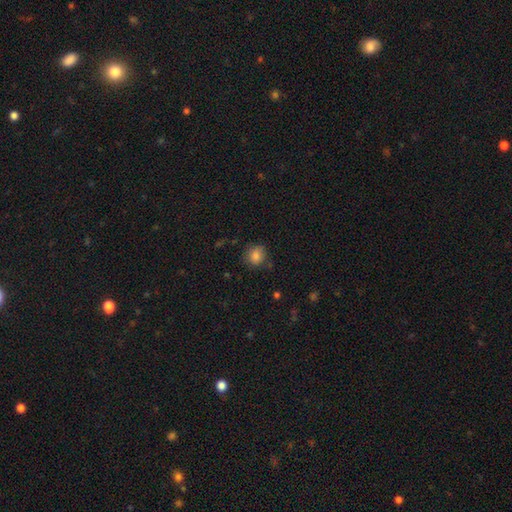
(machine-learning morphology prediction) This appears to be a smooth galaxy with no disk features (82%) that is round (79%). Merging: none (75%).